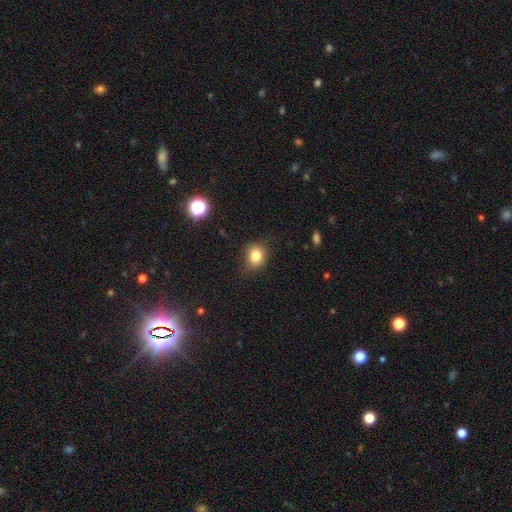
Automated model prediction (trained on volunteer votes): The model was most divided on "how rounded": round: 68%, in between: 31%, cigar-shaped: 1%. More confident: smooth or featured — smooth (81%); merging — none (78%).